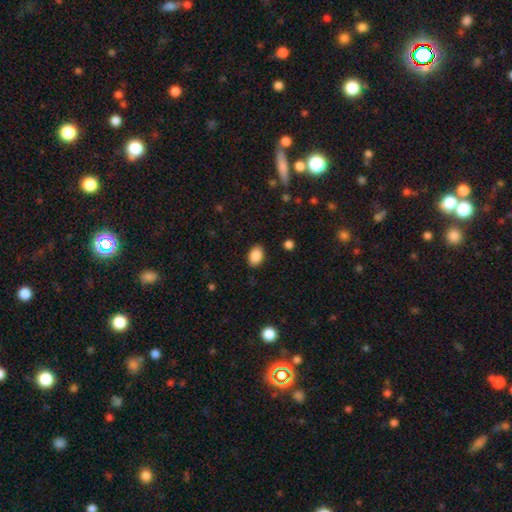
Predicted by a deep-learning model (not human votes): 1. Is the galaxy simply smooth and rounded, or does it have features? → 88% smooth, 8% star or artifact, 4% featured or disk.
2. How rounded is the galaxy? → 84% in between, 15% round, 1% cigar-shaped.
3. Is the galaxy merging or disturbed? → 87% none, 9% minor disturbance, 2% major disturbance, 1% merger.